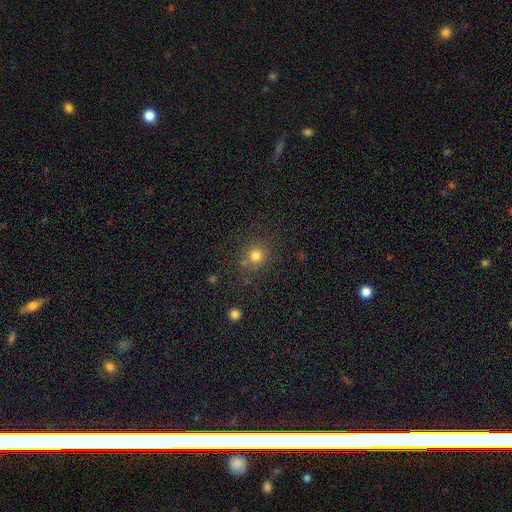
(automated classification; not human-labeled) Q: Smooth or featured?
A: smooth (79%); runner-up: star or artifact (15%)
Q: How rounded?
A: round (86%); runner-up: in between (13%)
Q: Merging?
A: none (79%); runner-up: minor disturbance (12%)